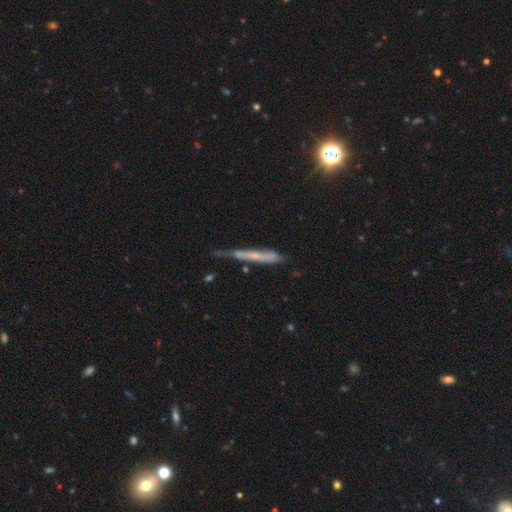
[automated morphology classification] Smooth or featured? Predicted: featured or disk (p=0.46). Merging? Predicted: none (p=0.48).